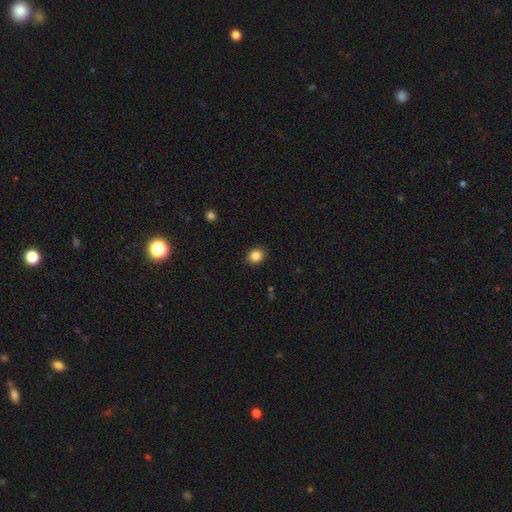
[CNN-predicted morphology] Smooth or featured: smooth — 86% (star or artifact — 10%)
How rounded: round — 67% (in between — 32%)
Merging: none — 91% (minor disturbance — 6%)